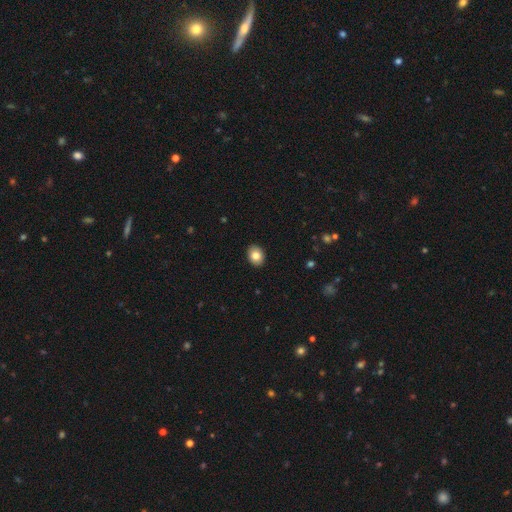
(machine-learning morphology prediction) A smooth galaxy with no disk features (81%) that is in between round and cigar-shaped (62%). Merging: none (91%).